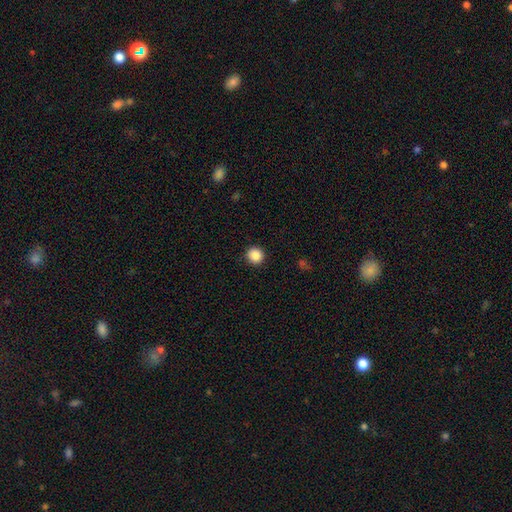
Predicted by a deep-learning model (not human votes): Q: Smooth or featured?
A: smooth (88%); runner-up: star or artifact (9%)
Q: How rounded?
A: round (94%); runner-up: in between (5%)
Q: Merging?
A: none (92%); runner-up: minor disturbance (5%)